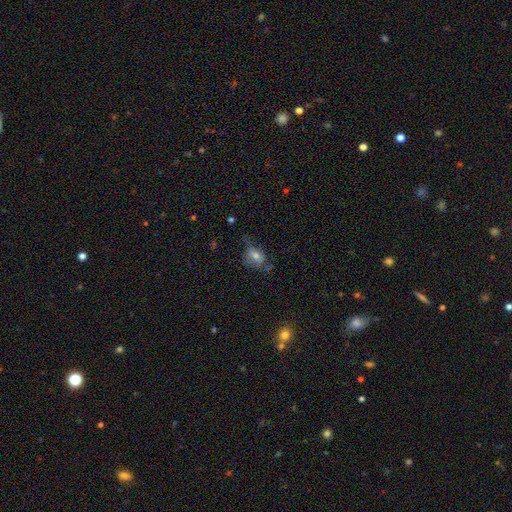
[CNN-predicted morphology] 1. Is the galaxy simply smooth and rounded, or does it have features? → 51% smooth, 34% featured or disk, 14% star or artifact.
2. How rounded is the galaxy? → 70% in between, 27% round, 3% cigar-shaped.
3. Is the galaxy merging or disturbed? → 48% none, 27% minor disturbance, 21% major disturbance, 4% merger.